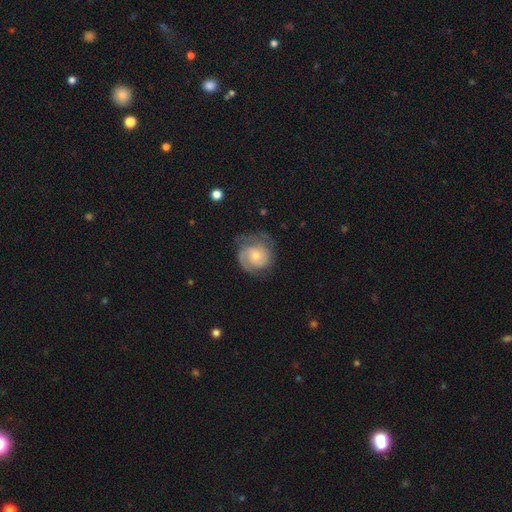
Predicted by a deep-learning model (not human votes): Smooth or featured?
  - featured or disk: 71% *
  - smooth: 23%
  - star or artifact: 6%
Edge-on disk?
  - no: 98% *
  - yes: 2%
Bar?
  - no: 67% *
  - weak: 29%
  - strong: 4%
Spiral arms?
  - yes: 93% *
  - no: 7%
Spiral winding?
  - tight: 52% *
  - medium: 37%
  - loose: 12%
Spiral arm count?
  - 2: 61% *
  - can't tell: 17%
  - 3: 9%
  - 1: 8%
  - 4: 2%
  - more than 4: 2%
Bulge size?
  - small: 47% *
  - moderate: 39%
  - none: 6%
  - large: 6%
  - dominant: 1%
Merging?
  - none: 65% *
  - minor disturbance: 22%
  - major disturbance: 12%
  - merger: 1%